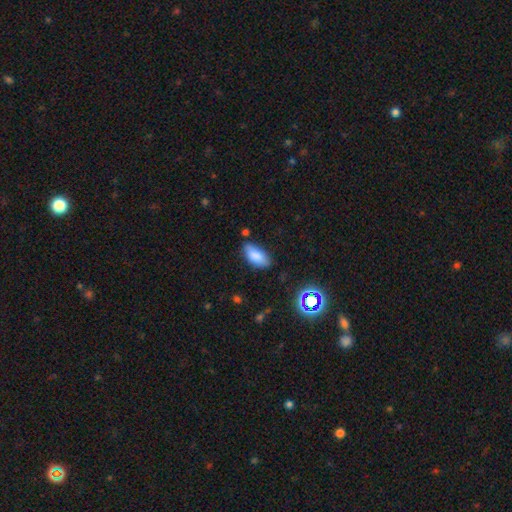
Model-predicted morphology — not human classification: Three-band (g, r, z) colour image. It shows a smooth galaxy with no disk features (82%) that is in between round and cigar-shaped (89%). Merging: none (74%).